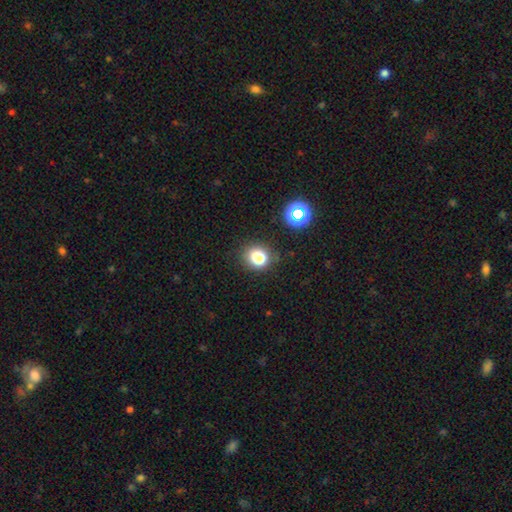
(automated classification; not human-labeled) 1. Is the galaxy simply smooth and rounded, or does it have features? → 74% smooth, 18% star or artifact, 8% featured or disk.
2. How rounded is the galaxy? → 69% round, 30% in between, 1% cigar-shaped.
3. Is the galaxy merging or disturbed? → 77% none, 13% minor disturbance, 5% merger, 5% major disturbance.